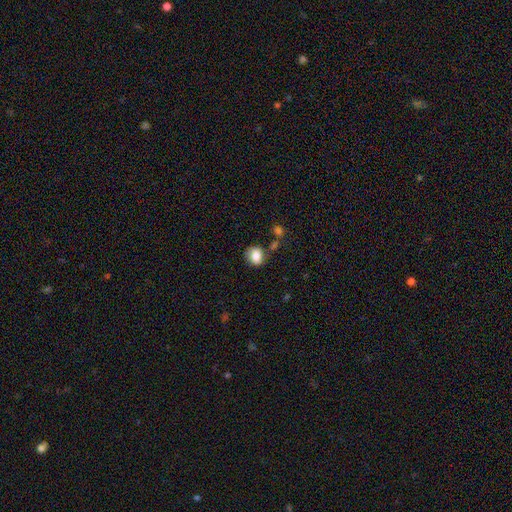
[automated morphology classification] Smooth or featured: smooth — 79% (featured or disk — 12%)
How rounded: round — 66% (in between — 33%)
Merging: none — 64% (minor disturbance — 22%)